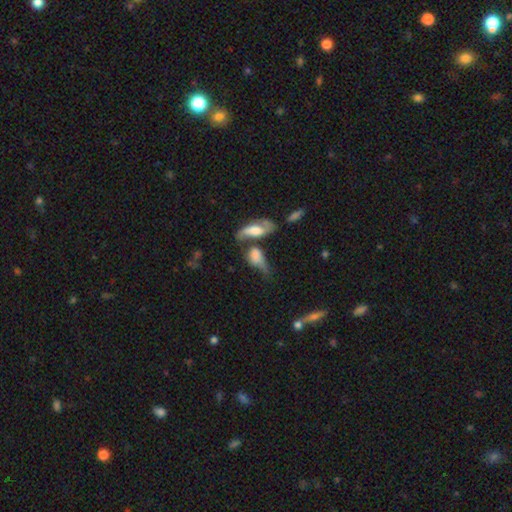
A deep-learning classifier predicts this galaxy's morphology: type=smooth (52%); roundness=in between (72%); merging=merger (44%).